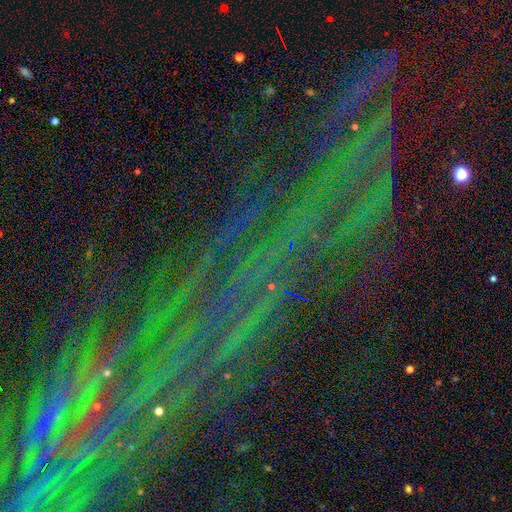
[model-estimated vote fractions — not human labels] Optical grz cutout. It shows a star or artifact, not a galaxy (81%).